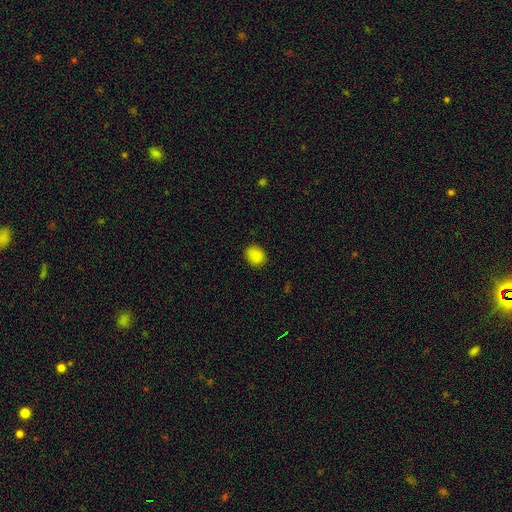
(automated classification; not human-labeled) Overall: smooth (87%). How rounded: round (64%; in between 35%). Merging: none (88%).